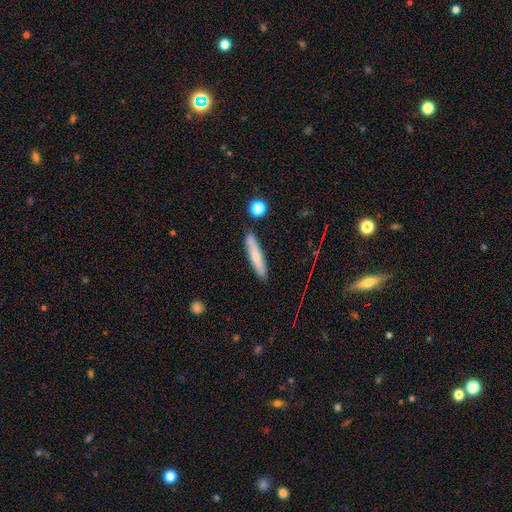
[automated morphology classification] smooth_or_featured: smooth (p=0.67) [alt: featured or disk p=0.26]
how_rounded: cigar-shaped (p=0.91) [alt: in between p=0.08]
merging: none (p=0.87) [alt: minor disturbance p=0.09]